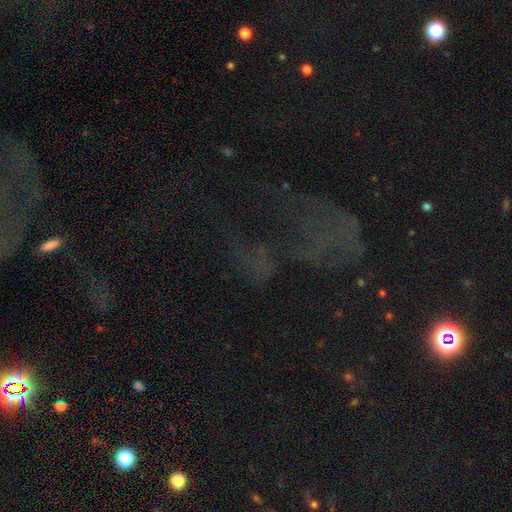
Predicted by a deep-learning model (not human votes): The model was most divided on "smooth or featured": star or artifact: 57%, featured or disk: 22%, smooth: 21%.